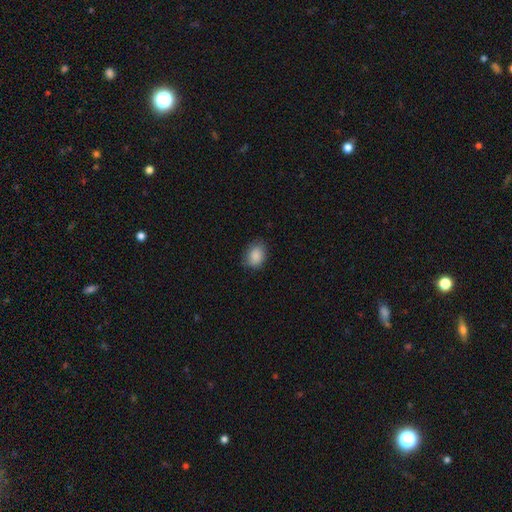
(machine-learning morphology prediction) Overall: smooth (87%). How rounded: in between (65%; round 33%). Merging: none (78%).